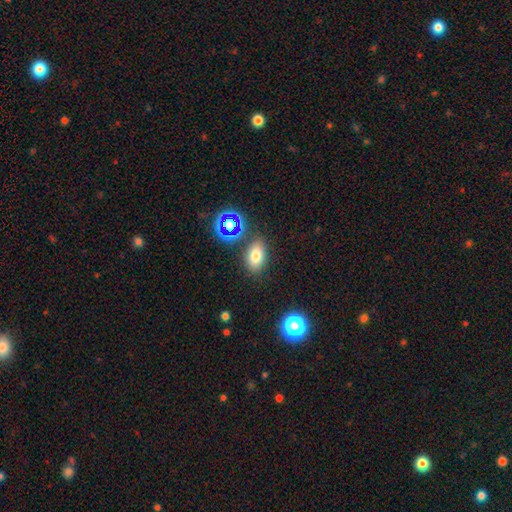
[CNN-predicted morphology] The model was most divided on "smooth or featured": smooth: 73%, star or artifact: 16%, featured or disk: 11%. More confident: how rounded — in between (84%); merging — none (80%).